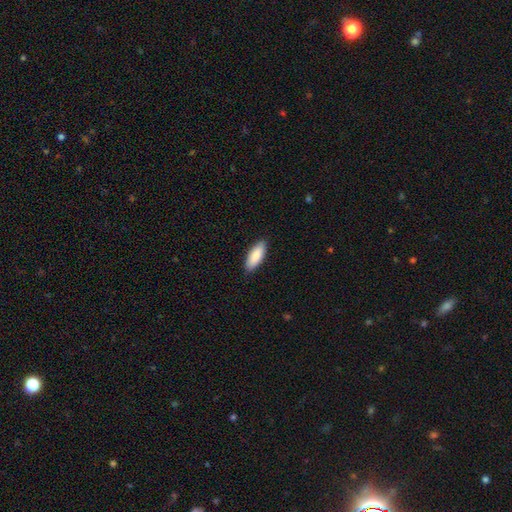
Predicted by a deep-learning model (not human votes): Q: Smooth or featured?
A: smooth (88%); runner-up: featured or disk (7%)
Q: How rounded?
A: in between (70%); runner-up: cigar-shaped (28%)
Q: Merging?
A: none (89%); runner-up: minor disturbance (9%)